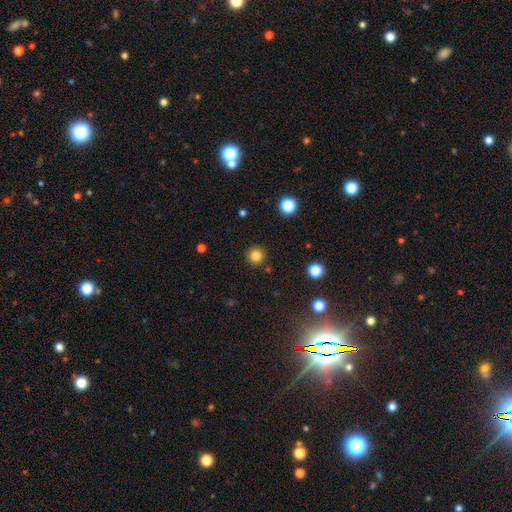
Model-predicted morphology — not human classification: Q: Smooth or featured?
A: smooth (83%); runner-up: star or artifact (12%)
Q: How rounded?
A: round (95%); runner-up: in between (4%)
Q: Merging?
A: none (91%); runner-up: minor disturbance (6%)